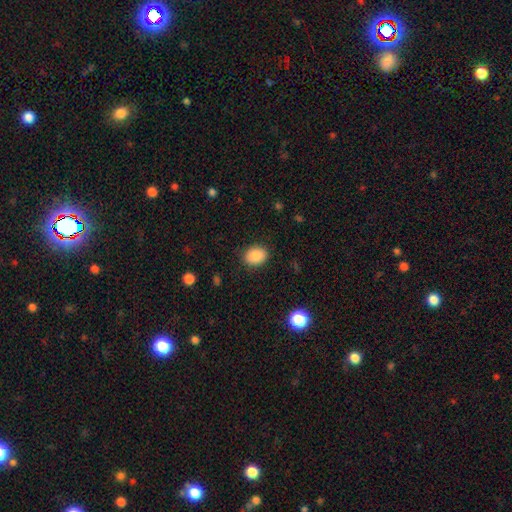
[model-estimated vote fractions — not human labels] The model was most divided on "how rounded": in between: 57%, round: 42%, cigar-shaped: 1%. More confident: merging — none (87%); smooth or featured — smooth (87%).